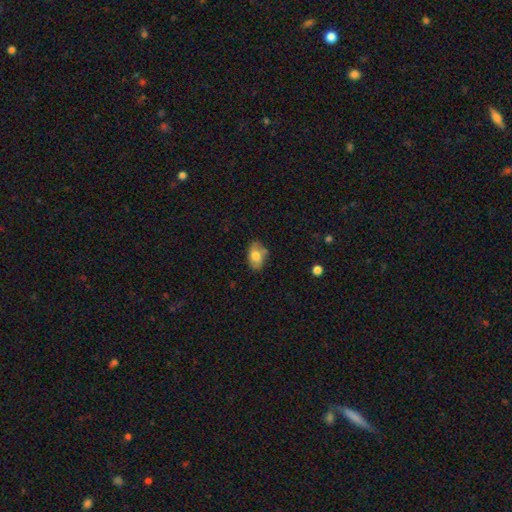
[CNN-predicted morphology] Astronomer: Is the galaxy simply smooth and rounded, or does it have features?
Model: smooth — 77%.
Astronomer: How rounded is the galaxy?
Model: in between — 89%.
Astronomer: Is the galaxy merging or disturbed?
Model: none — 72%.